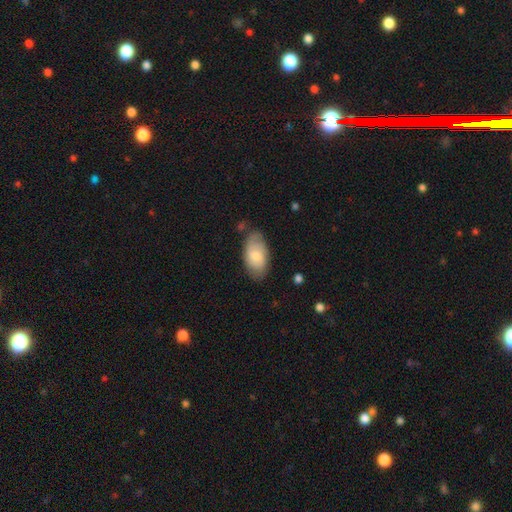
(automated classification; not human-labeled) Smooth or featured?
  - smooth: 68% *
  - featured or disk: 26%
  - star or artifact: 6%
How rounded?
  - in between: 94% *
  - round: 4%
  - cigar-shaped: 2%
Merging?
  - none: 70% *
  - minor disturbance: 22%
  - major disturbance: 5%
  - merger: 3%